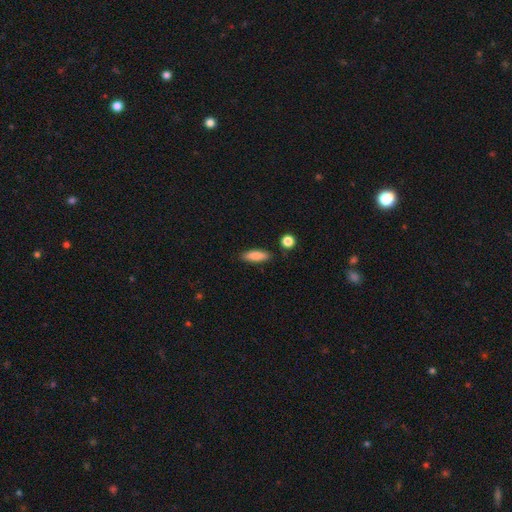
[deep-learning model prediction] A smooth galaxy with no disk features (85%) that is in between round and cigar-shaped (54%). Merging: none (85%).